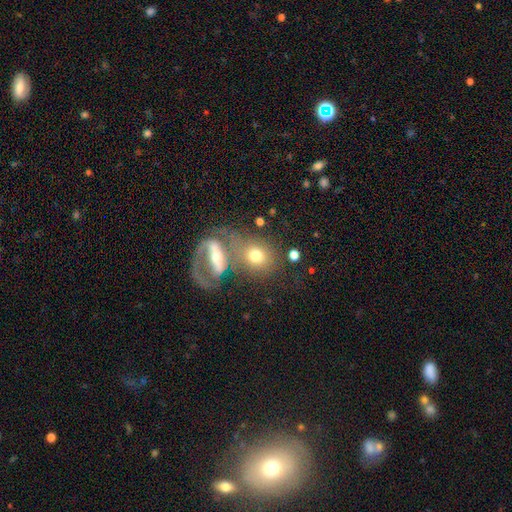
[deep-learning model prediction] A smooth galaxy with no disk features (59%) that is round (57%).

Vote fractions:
- Smooth or featured? smooth: 59% / featured or disk: 32% / star or artifact: 9%
- How rounded? round: 57% / in between: 41% / cigar-shaped: 3%
- Merging? merger: 47% / none: 34% / minor disturbance: 10% / major disturbance: 9%